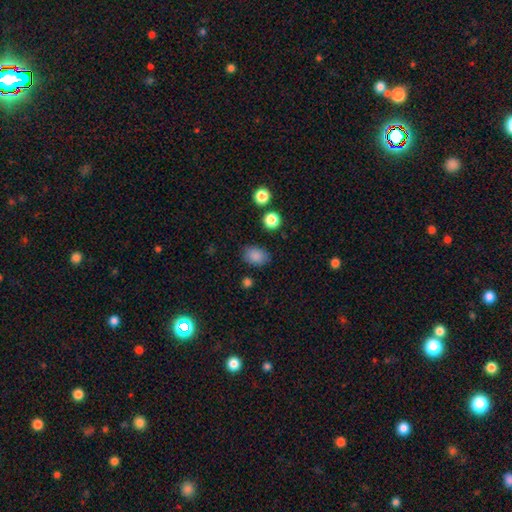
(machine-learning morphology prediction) smooth-or-featured: smooth: 85% | star or artifact: 10% | featured or disk: 5%
  how-rounded: in between: 73% | round: 26% | cigar-shaped: 1%
  merging: none: 81% | minor disturbance: 13% | major disturbance: 4% | merger: 2%